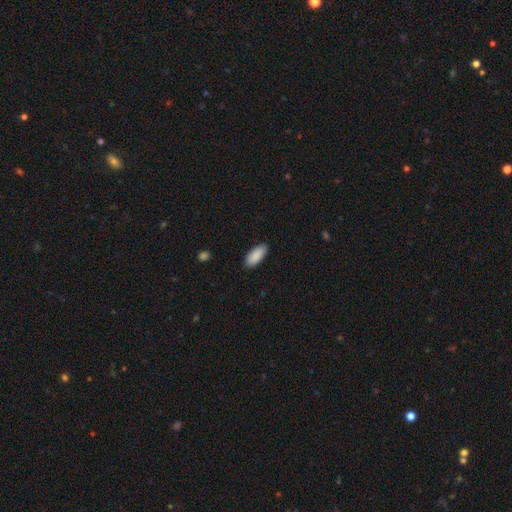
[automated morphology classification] A smooth galaxy with no disk features (90%) that is in between round and cigar-shaped (86%). Merging: none (89%).